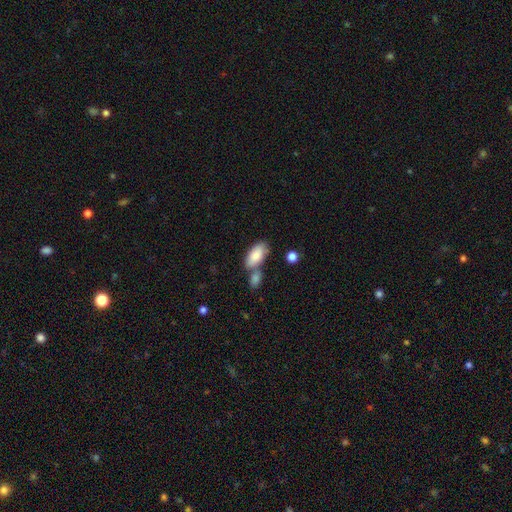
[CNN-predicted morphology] Smooth or featured?
  - smooth: 83% *
  - featured or disk: 11%
  - star or artifact: 6%
How rounded?
  - in between: 91% *
  - cigar-shaped: 7%
  - round: 3%
Merging?
  - none: 50% *
  - merger: 33%
  - minor disturbance: 13%
  - major disturbance: 4%